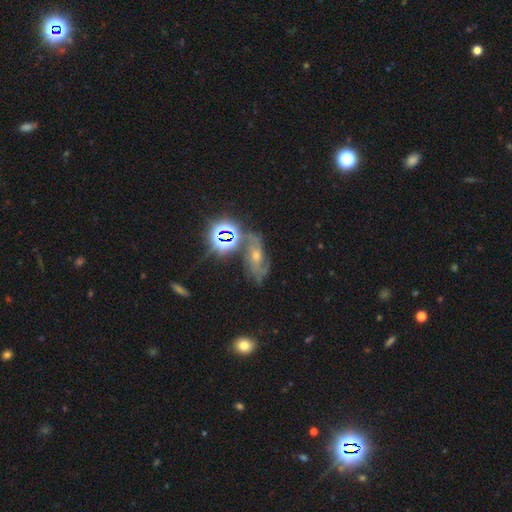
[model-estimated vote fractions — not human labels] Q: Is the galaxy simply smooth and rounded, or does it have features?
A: featured or disk — 51%.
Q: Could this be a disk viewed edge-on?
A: no — 92%.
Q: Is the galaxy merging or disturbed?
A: none — 56%.